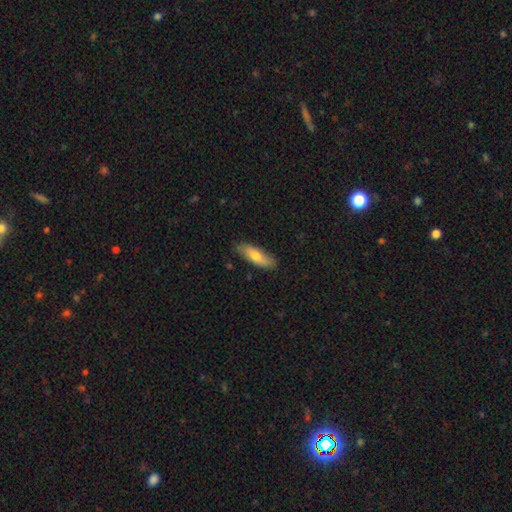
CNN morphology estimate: type=smooth (71%); roundness=in between (51%); merging=none (83%).